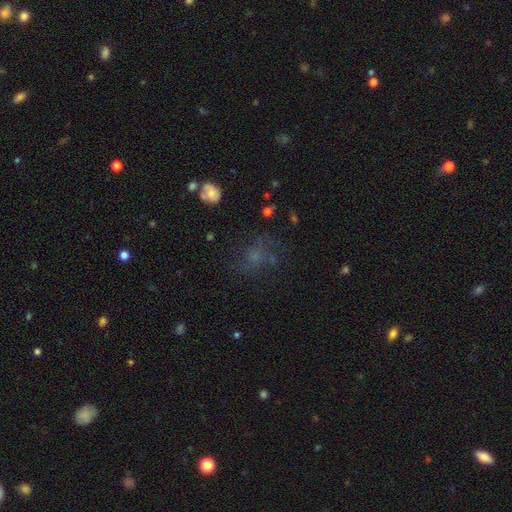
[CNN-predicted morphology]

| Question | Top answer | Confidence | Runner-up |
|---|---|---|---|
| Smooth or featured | smooth | 42% | featured or disk (30%) |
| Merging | none | 52% | major disturbance (24%) |